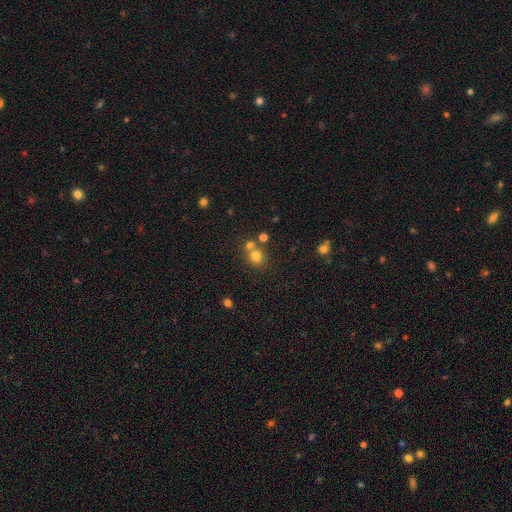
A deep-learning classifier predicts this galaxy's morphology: Smooth or featured? Predicted: smooth (p=0.75). How rounded? Predicted: round (p=0.81). Merging? Predicted: none (p=0.56).